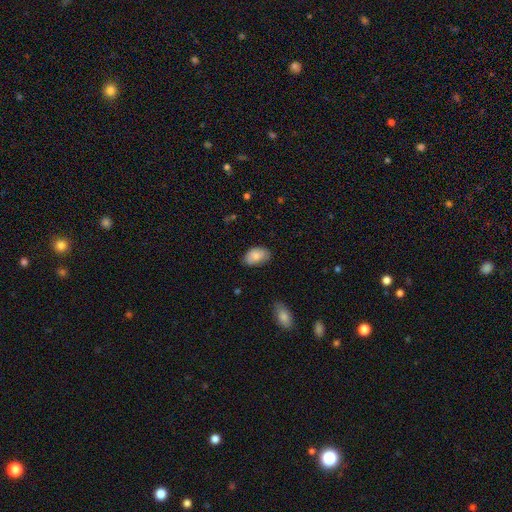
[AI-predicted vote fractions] Smooth or featured? smooth (84%)
How rounded? in between (92%)
Merging? none (74%)